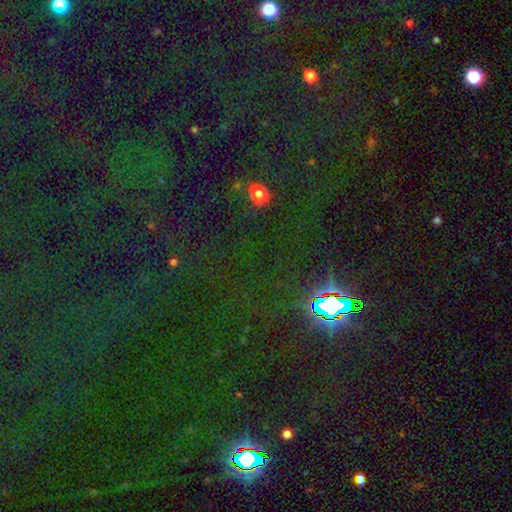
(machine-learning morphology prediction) The model was most divided on "smooth or featured": star or artifact: 80%, smooth: 12%, featured or disk: 8%.